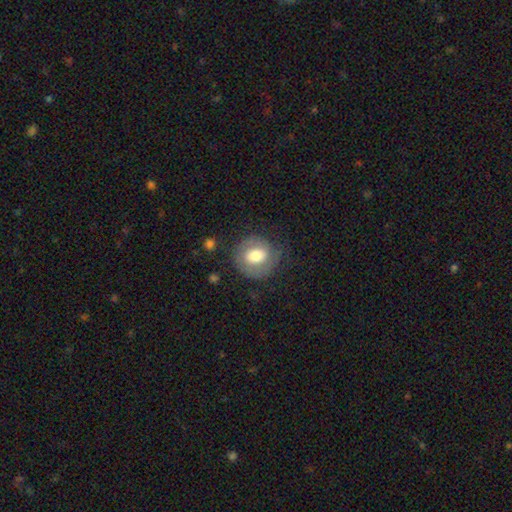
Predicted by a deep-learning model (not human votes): smooth 62%, featured or disk 30%, star or artifact 7%. Down the decision tree: how rounded — round (75%); merging — none (66%).